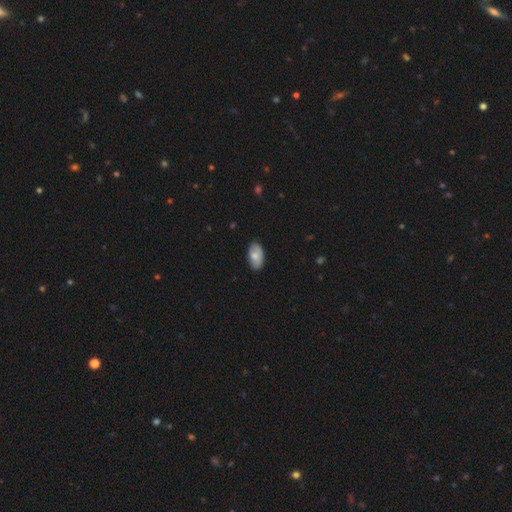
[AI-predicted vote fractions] smooth-or-featured: smooth: 75% | featured or disk: 19% | star or artifact: 6%
  how-rounded: in between: 94% | round: 4% | cigar-shaped: 2%
  merging: none: 85% | minor disturbance: 12% | major disturbance: 2% | merger: 1%